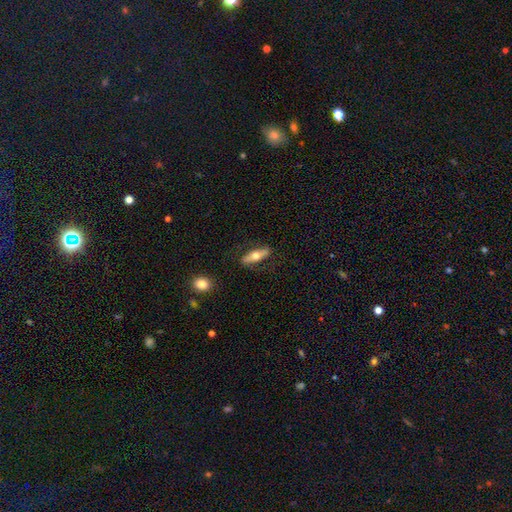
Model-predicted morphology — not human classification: type=smooth (52%); roundness=cigar-shaped (50%); merging=none (81%).